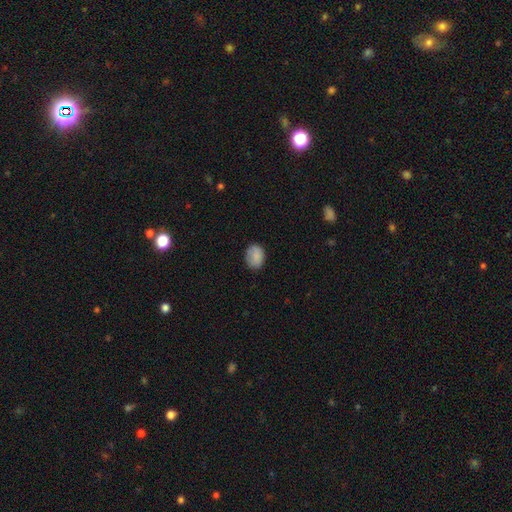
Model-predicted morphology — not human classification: Q: Smooth or featured?
A: smooth (85%); runner-up: star or artifact (8%)
Q: How rounded?
A: in between (62%); runner-up: round (37%)
Q: Merging?
A: none (76%); runner-up: minor disturbance (19%)